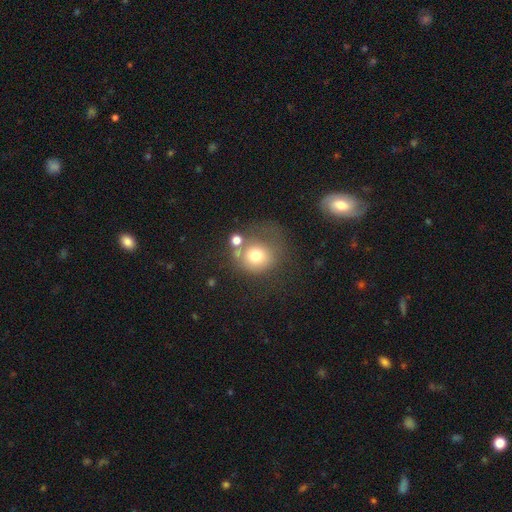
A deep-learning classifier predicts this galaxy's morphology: type=smooth (70%); roundness=round (83%); merging=none (40%).